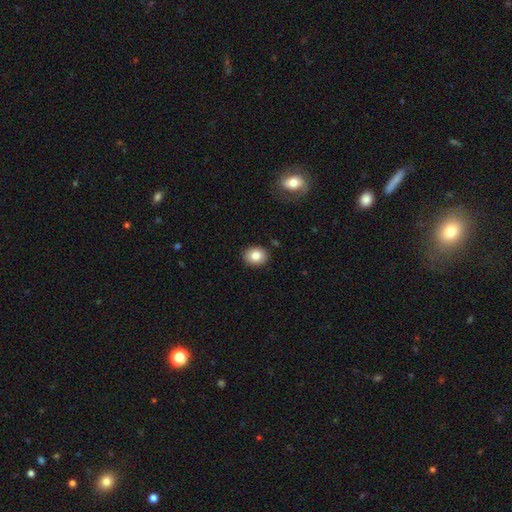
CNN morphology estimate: smooth_or_featured: smooth (p=0.82) [alt: featured or disk p=0.09]
how_rounded: round (p=0.59) [alt: in between p=0.40]
merging: none (p=0.89) [alt: minor disturbance p=0.07]